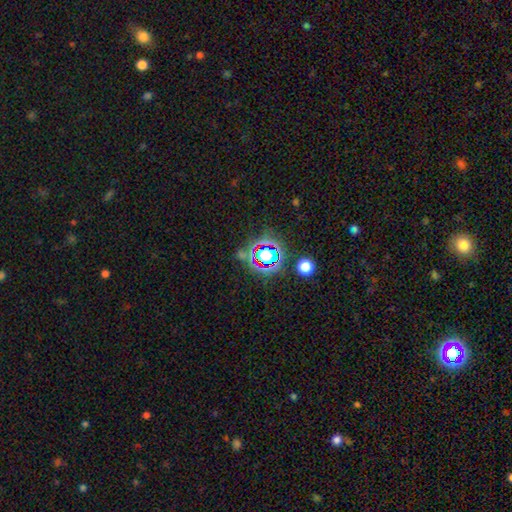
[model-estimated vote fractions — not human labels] smooth-or-featured: star or artifact: 77% | smooth: 15% | featured or disk: 8%